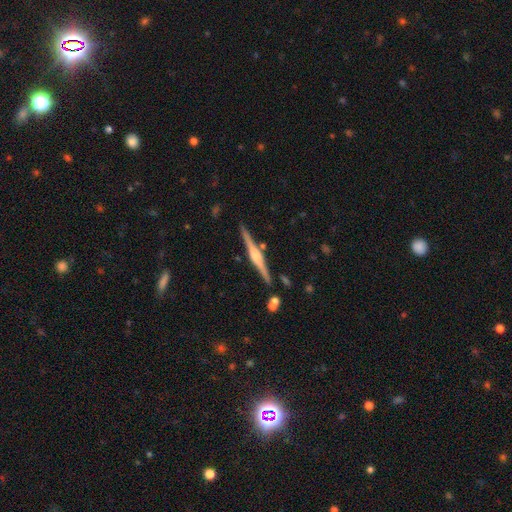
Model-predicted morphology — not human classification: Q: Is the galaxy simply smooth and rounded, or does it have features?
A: featured or disk — 80%.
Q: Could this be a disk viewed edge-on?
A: yes — 98%.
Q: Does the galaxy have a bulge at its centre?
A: rounded — 73%.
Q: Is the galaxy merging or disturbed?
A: none — 86%.